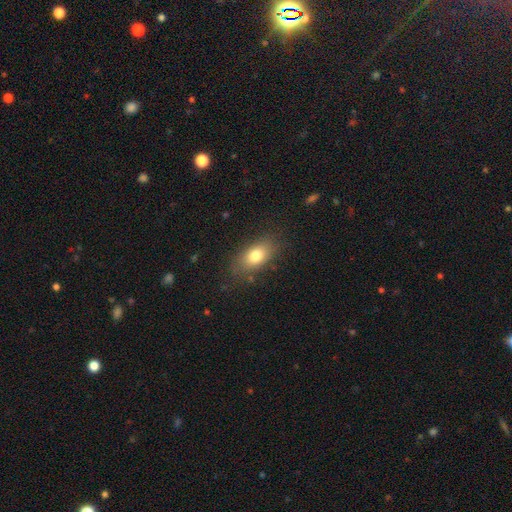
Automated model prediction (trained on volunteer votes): The model was most divided on "smooth or featured": smooth: 78%, featured or disk: 14%, star or artifact: 9%. More confident: how rounded — in between (85%); merging — none (79%).